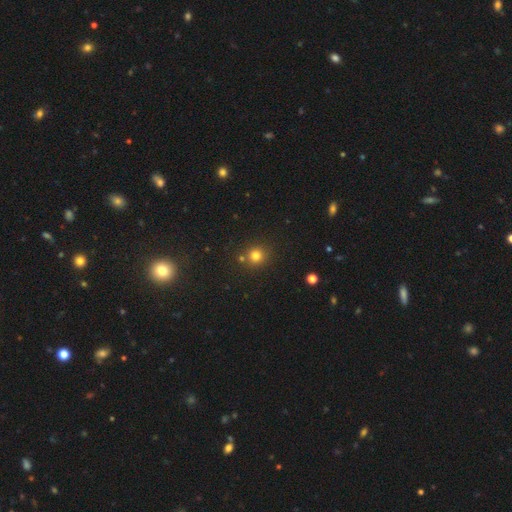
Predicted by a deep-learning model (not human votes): Overall: smooth (78%). How rounded: round (90%). Merging: none (77%).